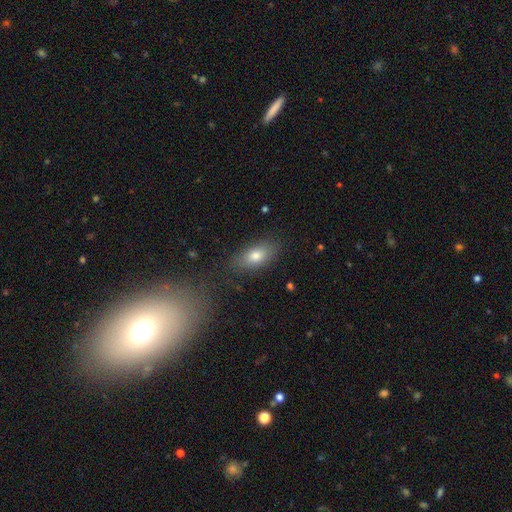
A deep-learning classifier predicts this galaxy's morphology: A smooth galaxy with no disk features (77%) that is in between round and cigar-shaped (85%). Merging: none (81%).